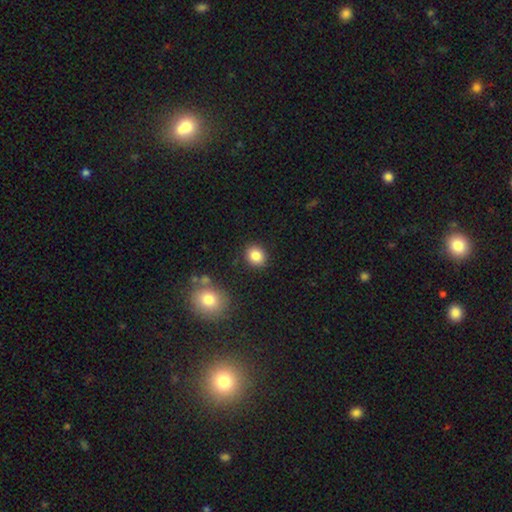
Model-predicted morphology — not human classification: smooth-or-featured: smooth: 85% | star or artifact: 10% | featured or disk: 6%
  how-rounded: round: 65% | in between: 34% | cigar-shaped: 1%
  merging: none: 87% | minor disturbance: 8% | major disturbance: 2% | merger: 2%